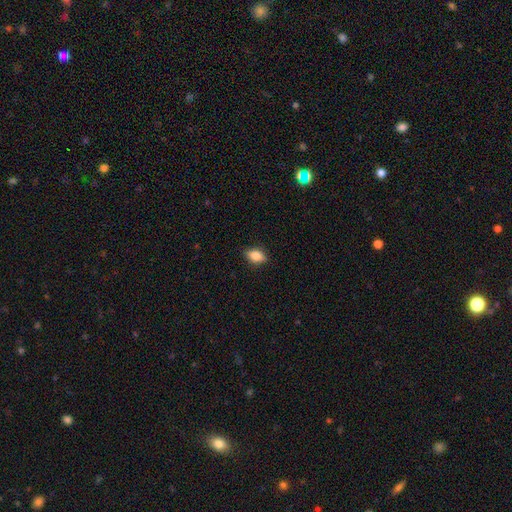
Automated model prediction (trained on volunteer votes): Smooth or featured? smooth (83%)
How rounded? in between (83%)
Merging? none (86%)